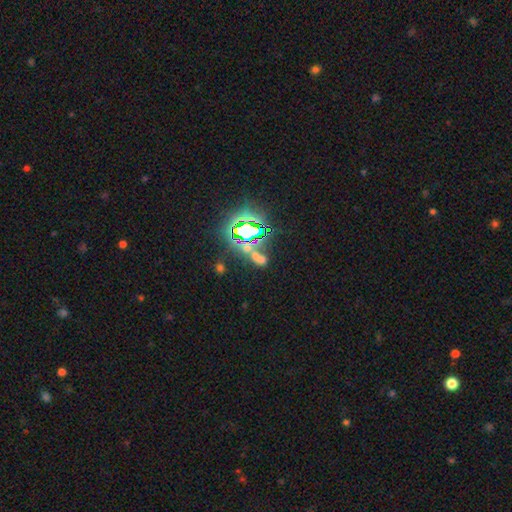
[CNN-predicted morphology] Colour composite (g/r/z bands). It shows a star or artifact, not a galaxy (59%).